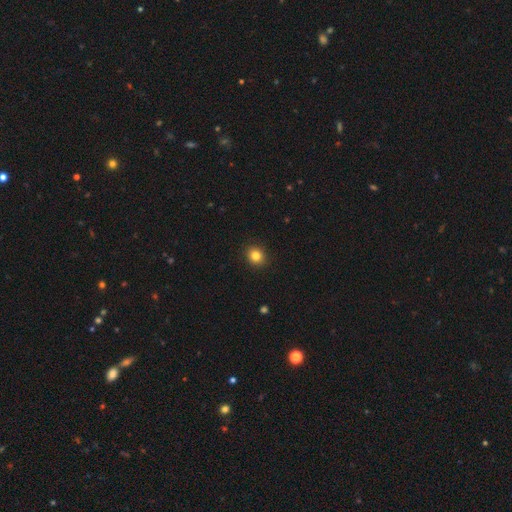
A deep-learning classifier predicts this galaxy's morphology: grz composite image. It shows a smooth galaxy with no disk features (83%) that is round (80%). Merging: none (92%).